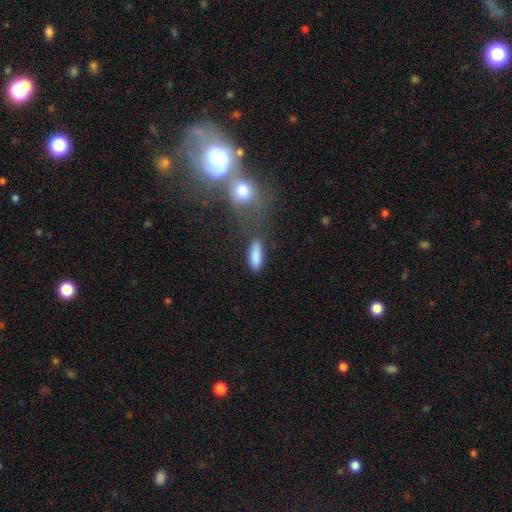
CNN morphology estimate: A smooth galaxy with no disk features (87%) that is in between round and cigar-shaped (61%).

Vote fractions:
- Smooth or featured? smooth: 87% / star or artifact: 7% / featured or disk: 6%
- How rounded? in between: 61% / cigar-shaped: 36% / round: 3%
- Merging? none: 73% / minor disturbance: 14% / merger: 8% / major disturbance: 5%